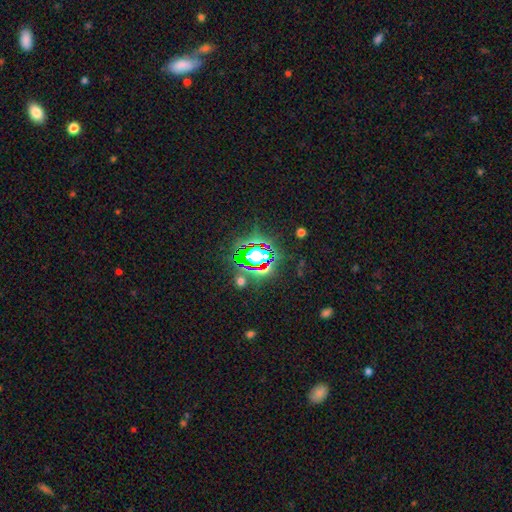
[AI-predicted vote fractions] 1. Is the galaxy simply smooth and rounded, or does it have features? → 73% star or artifact, 15% smooth, 12% featured or disk.